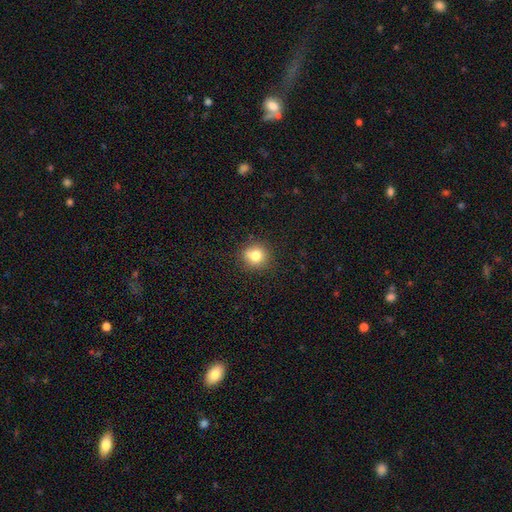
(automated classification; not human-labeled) smooth_or_featured: smooth (p=0.79) [alt: star or artifact p=0.12]
how_rounded: round (p=0.87) [alt: in between p=0.12]
merging: none (p=0.75) [alt: minor disturbance p=0.14]